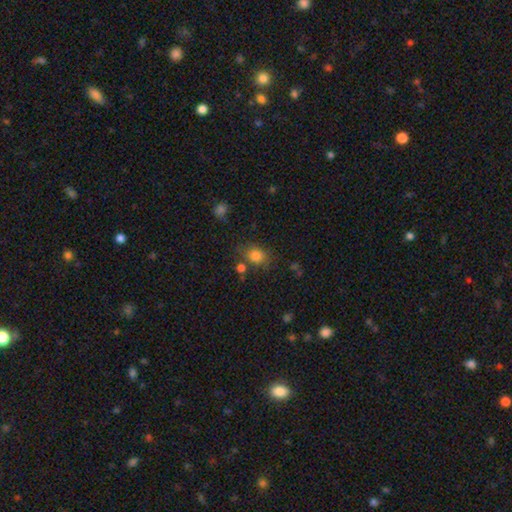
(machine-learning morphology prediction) A smooth galaxy with no disk features (81%) that is in between round and cigar-shaped (51%). Merging: none (62%).